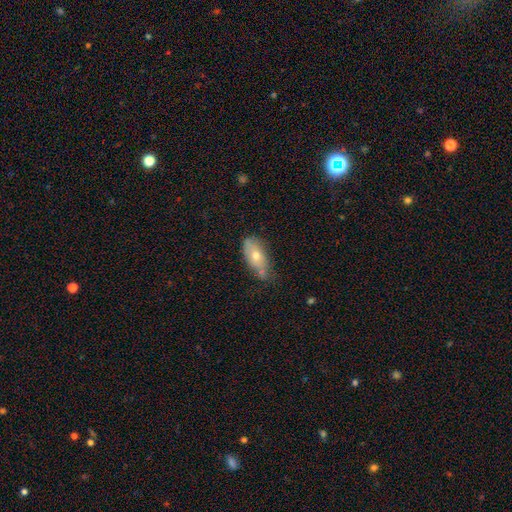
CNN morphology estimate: smooth 65%, featured or disk 27%, star or artifact 8%. Down the decision tree: how rounded — in between (87%); merging — none (53%).